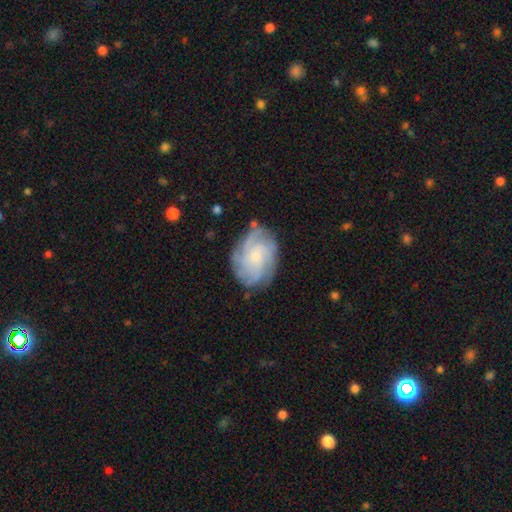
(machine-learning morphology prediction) Overall: featured or disk (77%). Edge-on disk: no (98%). Bar: no (69%). Spiral arms: yes (96%). Spiral arm count: 4 (32%; can't tell 25%). Spiral winding: tight (55%; medium 36%). Bulge size: small (58%; moderate 27%). Merging: none (76%).